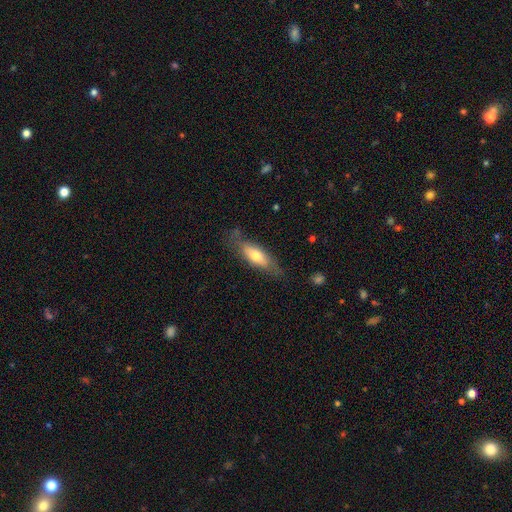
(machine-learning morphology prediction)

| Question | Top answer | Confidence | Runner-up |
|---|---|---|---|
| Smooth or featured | smooth | 62% | featured or disk (32%) |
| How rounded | in between | 59% | cigar-shaped (39%) |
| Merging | none | 72% | minor disturbance (20%) |